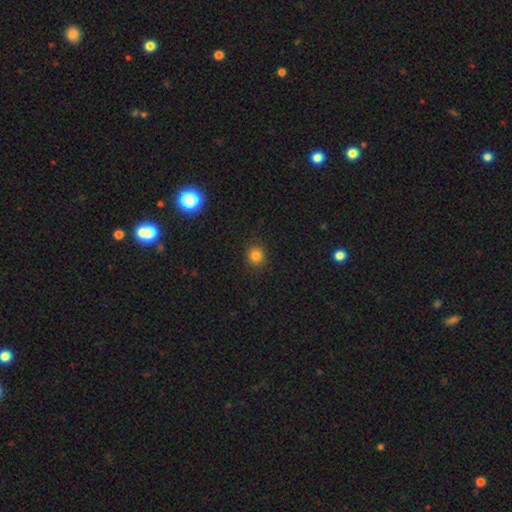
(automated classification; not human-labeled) smooth_or_featured: smooth (p=0.81) [alt: star or artifact p=0.14]
how_rounded: round (p=0.86) [alt: in between p=0.13]
merging: none (p=0.90) [alt: minor disturbance p=0.07]